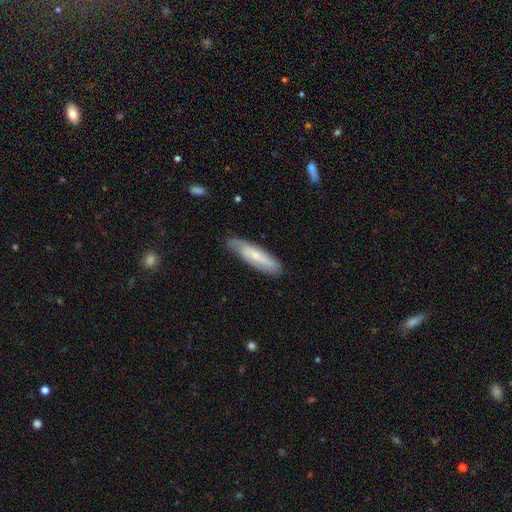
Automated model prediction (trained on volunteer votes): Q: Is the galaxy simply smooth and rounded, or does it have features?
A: smooth — 53%.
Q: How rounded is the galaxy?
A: cigar-shaped — 67%.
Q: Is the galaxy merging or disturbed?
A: none — 74%.